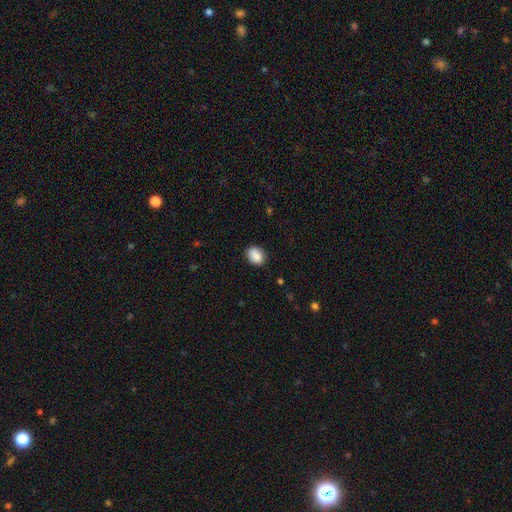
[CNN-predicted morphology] Smooth or featured? Predicted: smooth (p=0.89). How rounded? Predicted: in between (p=0.75). Merging? Predicted: none (p=0.83).